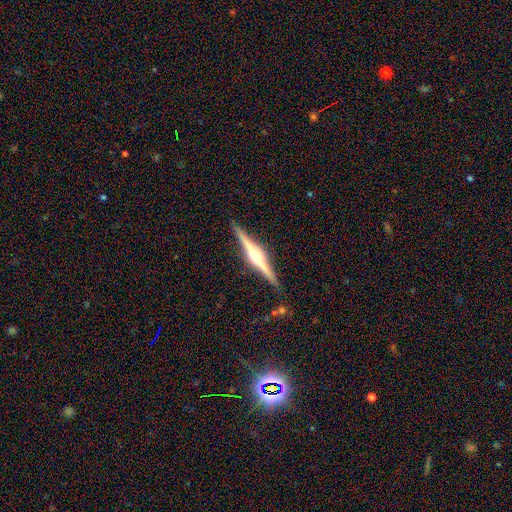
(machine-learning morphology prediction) The model was most divided on "smooth or featured": featured or disk: 84%, smooth: 11%, star or artifact: 5%. More confident: edge-on disk — yes (99%); edge-on bulge — rounded (93%); merging — none (90%).